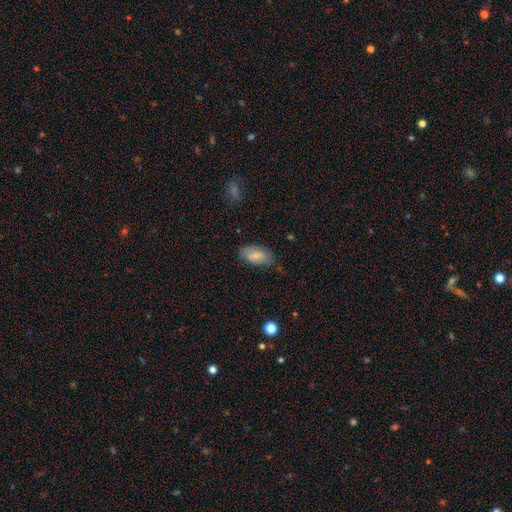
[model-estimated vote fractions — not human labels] smooth_or_featured: smooth (p=0.69) [alt: featured or disk p=0.24]
how_rounded: in between (p=0.93) [alt: round p=0.04]
merging: none (p=0.73) [alt: minor disturbance p=0.21]